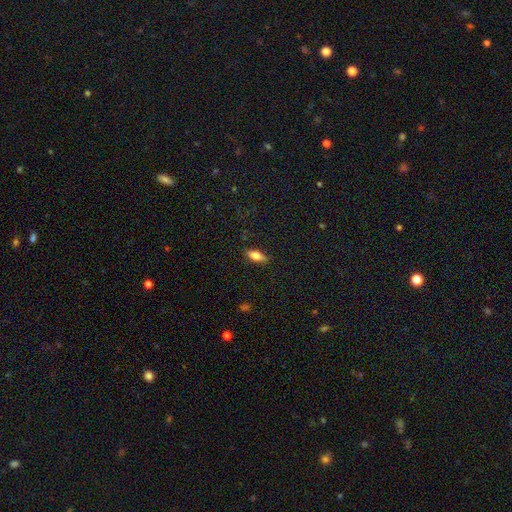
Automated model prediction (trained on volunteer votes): This appears to be a smooth galaxy with no disk features (73%) that is in between round and cigar-shaped (74%). Merging: none (86%).